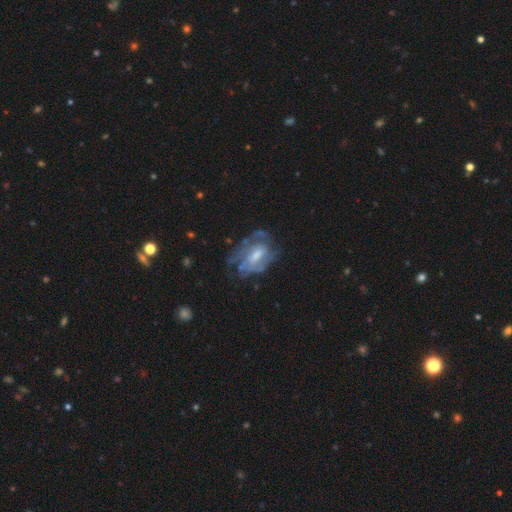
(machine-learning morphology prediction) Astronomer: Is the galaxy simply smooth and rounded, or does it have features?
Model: featured or disk — 73%.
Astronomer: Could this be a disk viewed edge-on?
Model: no — 96%.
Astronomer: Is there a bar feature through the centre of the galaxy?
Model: weak — 49% (runner-up: no, 34%).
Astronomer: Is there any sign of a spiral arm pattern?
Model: yes — 73%.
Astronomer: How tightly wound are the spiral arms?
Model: tight — 45% (runner-up: medium, 39%).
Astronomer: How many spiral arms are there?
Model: can't tell — 48% (runner-up: 2, 25%).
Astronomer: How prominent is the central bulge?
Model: moderate — 47% (runner-up: small, 30%).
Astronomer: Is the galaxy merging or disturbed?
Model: none — 48% (runner-up: minor disturbance, 25%).